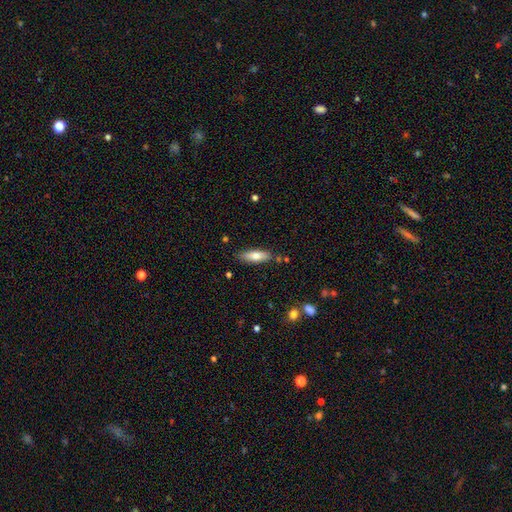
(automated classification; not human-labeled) A smooth galaxy with no disk features (72%) that is in between round and cigar-shaped (50%).

Vote fractions:
- Smooth or featured? smooth: 72% / featured or disk: 22% / star or artifact: 6%
- How rounded? in between: 50% / cigar-shaped: 48% / round: 2%
- Merging? none: 83% / minor disturbance: 12% / merger: 3% / major disturbance: 2%